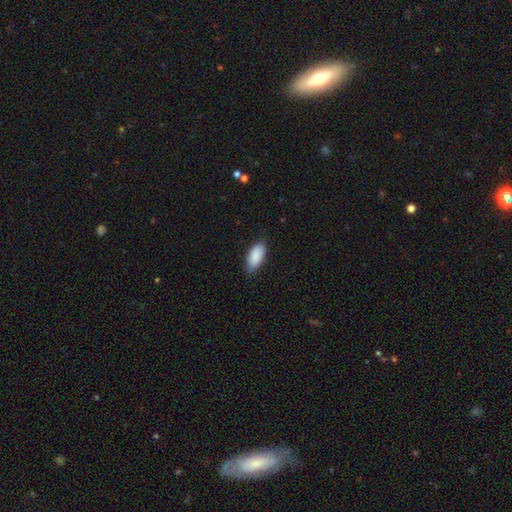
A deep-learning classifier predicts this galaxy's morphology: type=smooth (89%); roundness=in between (90%); merging=none (78%).